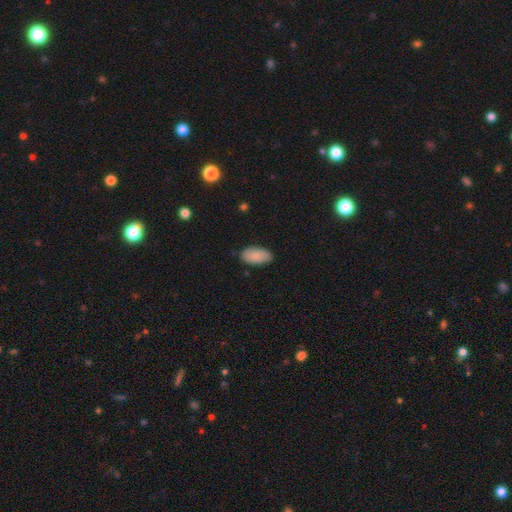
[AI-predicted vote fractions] The model was most divided on "merging": none: 85%, minor disturbance: 12%, major disturbance: 2%, merger: 1%. More confident: how rounded — in between (95%); smooth or featured — smooth (86%).